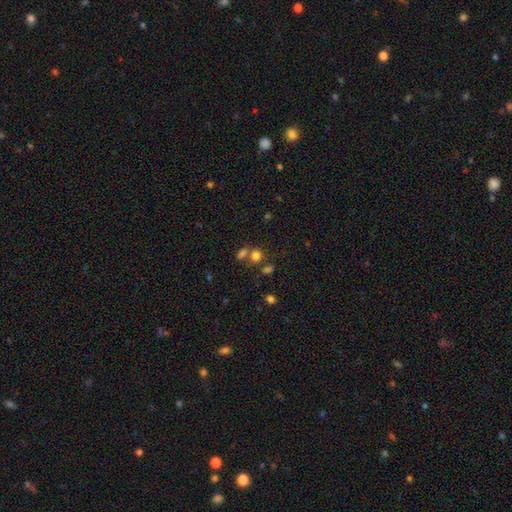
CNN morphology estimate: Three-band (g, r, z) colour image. It shows a smooth galaxy with no disk features (73%) that is in between round and cigar-shaped (49%, tied with round). Merging: none (48%).